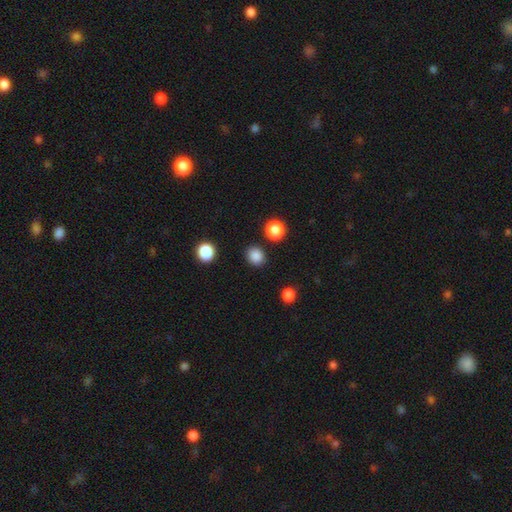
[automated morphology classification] Smooth or featured? Predicted: smooth (p=0.85). How rounded? Predicted: round (p=0.75). Merging? Predicted: none (p=0.88).